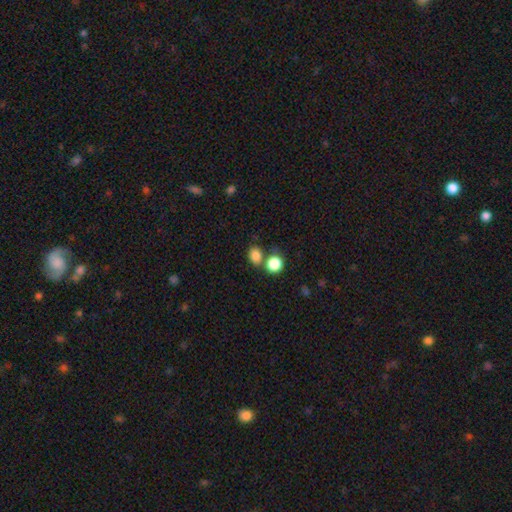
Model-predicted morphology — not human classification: A smooth galaxy with no disk features (83%) that is round (55%). Merging: none (59%).